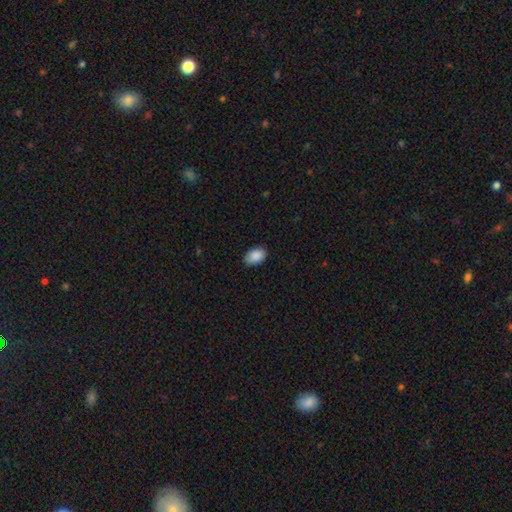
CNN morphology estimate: Overall: smooth (89%). How rounded: in between (91%). Merging: none (86%).